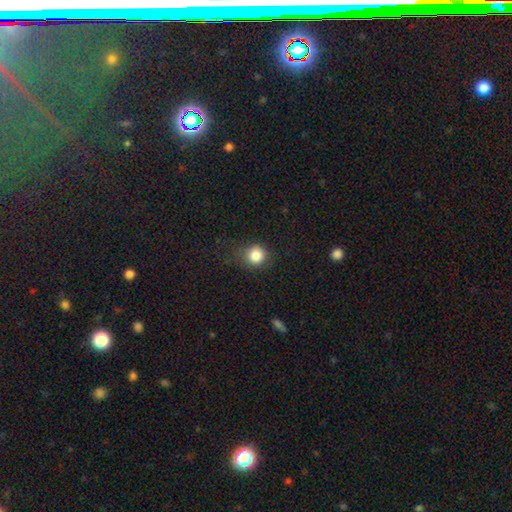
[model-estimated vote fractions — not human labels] The model was most divided on "merging": none: 74%, minor disturbance: 18%, major disturbance: 7%, merger: 1%. More confident: how rounded — round (88%); smooth or featured — smooth (84%).